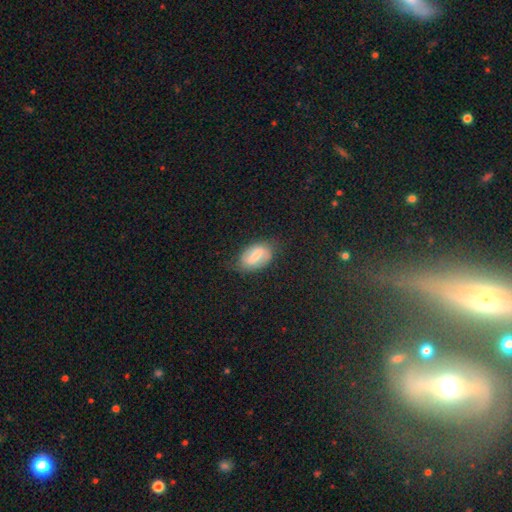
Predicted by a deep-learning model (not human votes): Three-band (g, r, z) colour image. It shows a smooth galaxy with no disk features (60%) that is in between round and cigar-shaped (88%). Merging: none (66%).